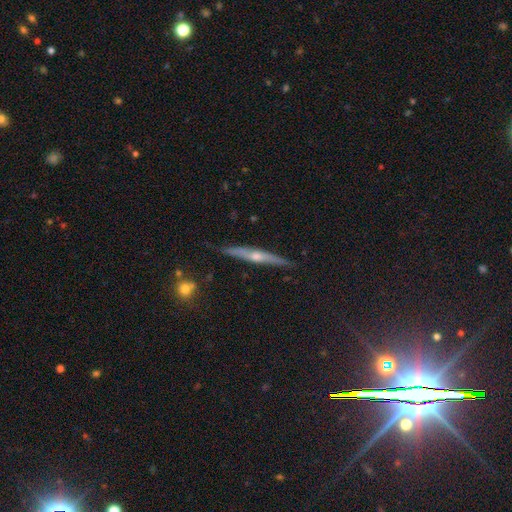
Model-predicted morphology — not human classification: A featured or disk galaxy (74%) viewed edge-on (97%) with a rounded central bulge (84%). Merging: none (88%).